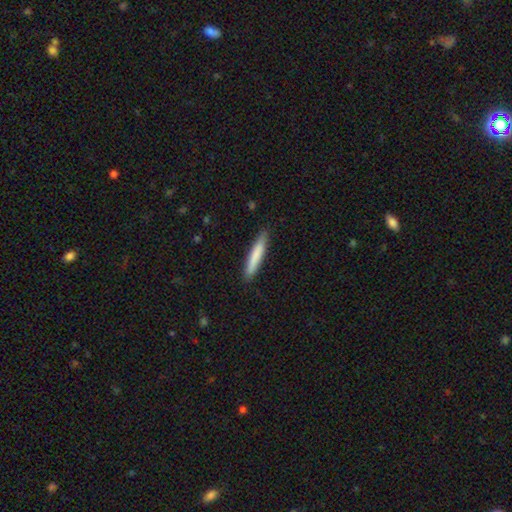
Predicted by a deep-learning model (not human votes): This appears to be a smooth galaxy with no disk features (79%) that is cigar-shaped (92%). Merging: none (87%).